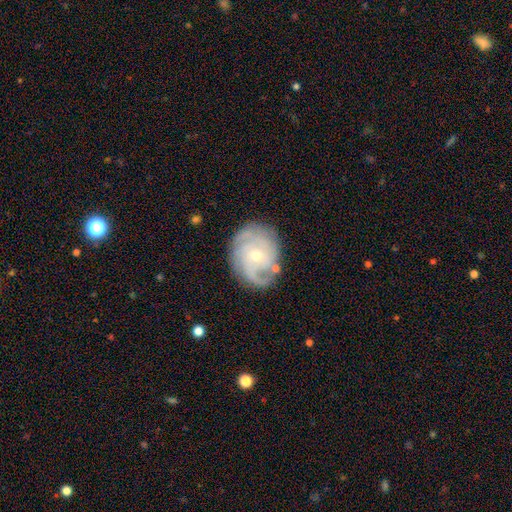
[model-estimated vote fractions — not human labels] Smooth or featured?
  - featured or disk: 85% *
  - smooth: 9%
  - star or artifact: 6%
Edge-on disk?
  - no: 97% *
  - yes: 3%
Bar?
  - no: 70% *
  - weak: 25%
  - strong: 5%
Spiral arms?
  - yes: 96% *
  - no: 4%
Spiral winding?
  - tight: 55% *
  - medium: 35%
  - loose: 10%
Spiral arm count?
  - 3: 33% *
  - 2: 23%
  - can't tell: 21%
  - 4: 12%
  - 1: 6%
  - more than 4: 5%
Bulge size?
  - small: 61% *
  - moderate: 36%
  - large: 1%
  - none: 1%
  - dominant: 1%
Merging?
  - none: 75% *
  - minor disturbance: 16%
  - major disturbance: 6%
  - merger: 3%